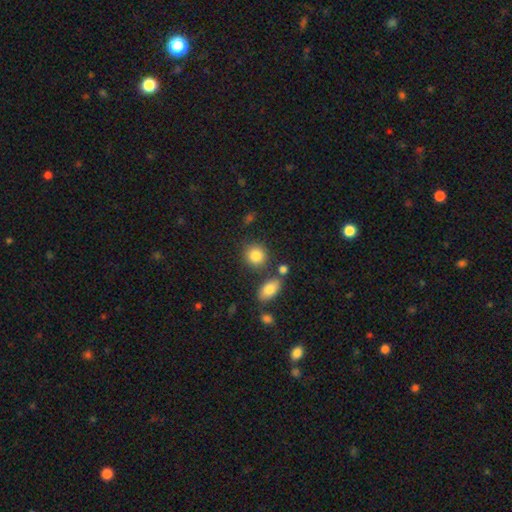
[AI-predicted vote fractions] smooth_or_featured: smooth (p=0.85) [alt: star or artifact p=0.09]
how_rounded: round (p=0.80) [alt: in between p=0.19]
merging: none (p=0.75) [alt: minor disturbance p=0.11]